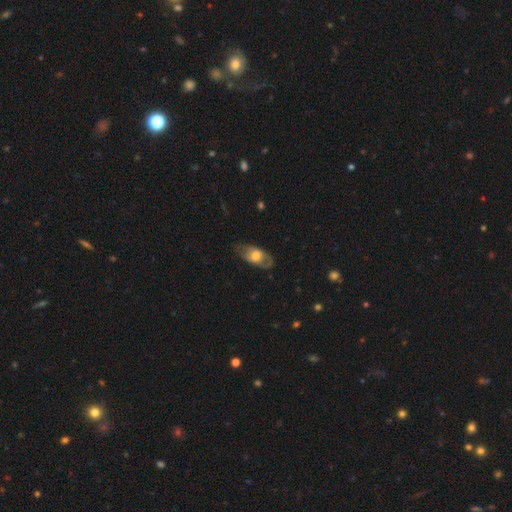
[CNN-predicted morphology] type=smooth (51%); roundness=in between (88%); merging=none (69%).